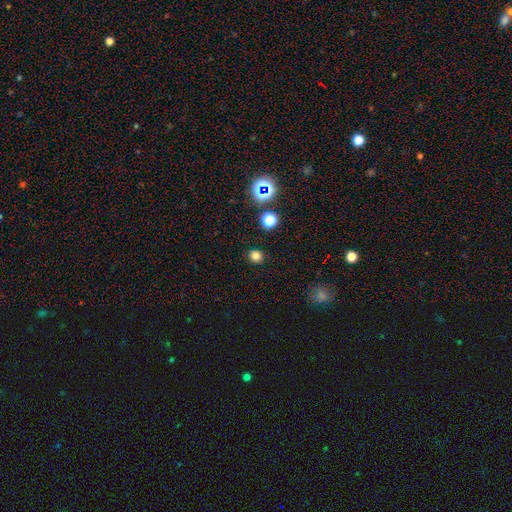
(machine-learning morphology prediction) Smooth or featured? smooth (76%)
How rounded? round (85%)
Merging? none (90%)